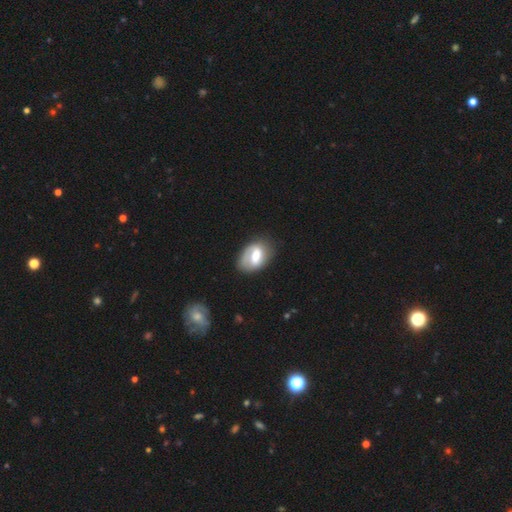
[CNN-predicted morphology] smooth-or-featured: smooth: 47% (tied) | featured or disk: 47% (tied) | star or artifact: 7%
  merging: none: 63% | minor disturbance: 24% | major disturbance: 10% | merger: 2%